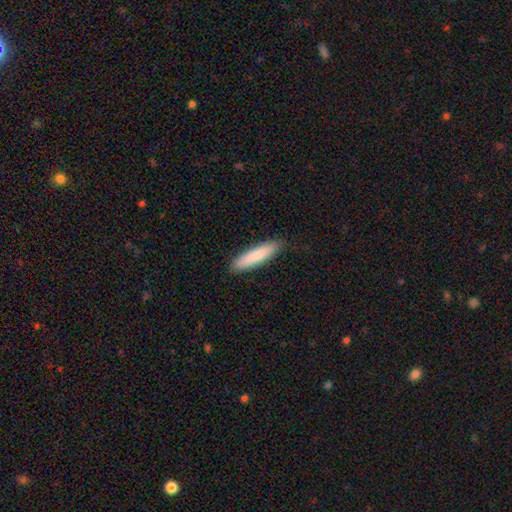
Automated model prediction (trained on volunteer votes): Smooth or featured? smooth (84%)
How rounded? cigar-shaped (79%)
Merging? none (88%)